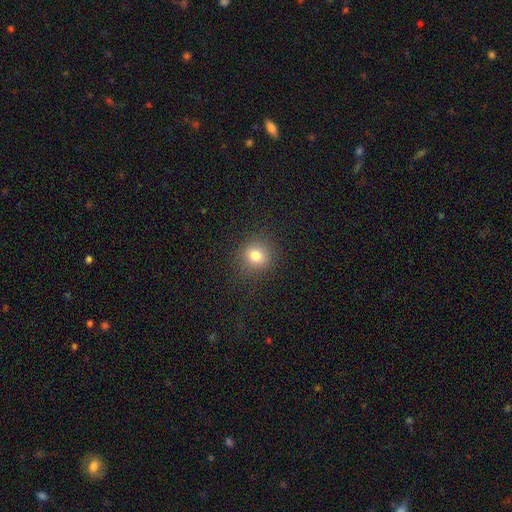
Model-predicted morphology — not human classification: This appears to be a smooth galaxy with no disk features (79%) that is round (84%). Merging: none (88%).